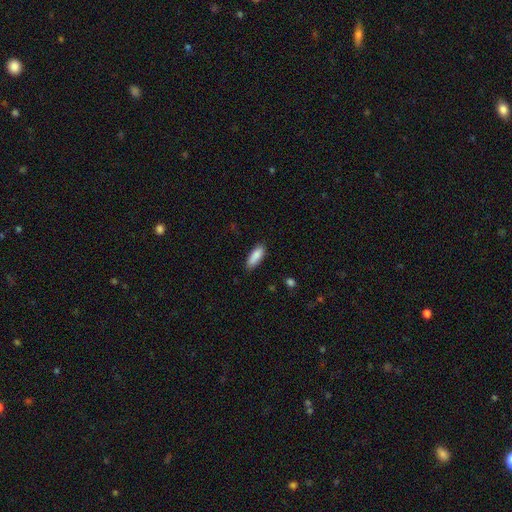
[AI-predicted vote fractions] smooth 88%, star or artifact 6%, featured or disk 6%. Down the decision tree: how rounded — in between (69%); merging — none (82%).